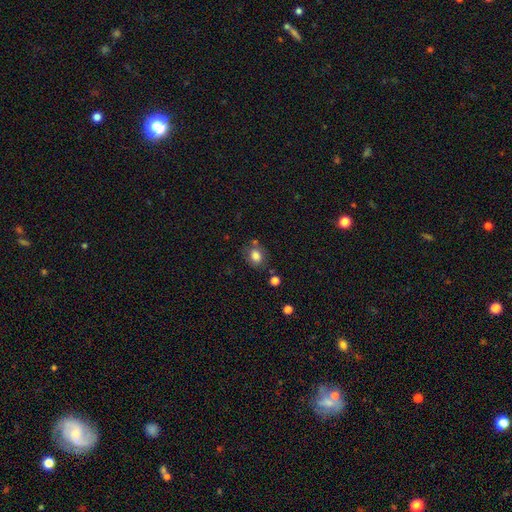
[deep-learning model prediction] This appears to be a smooth galaxy with no disk features (81%) that is round (55%). Merging: none (71%).